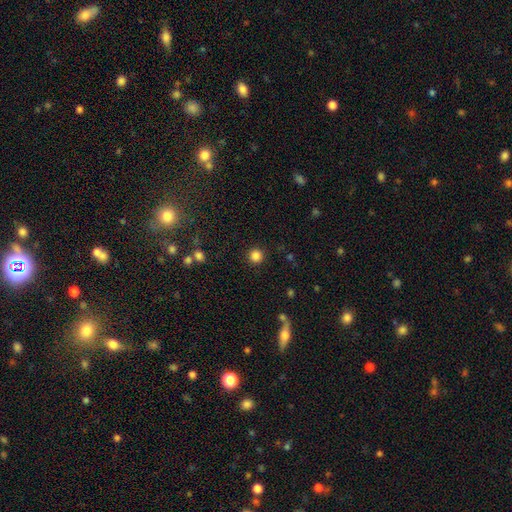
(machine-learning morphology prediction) This is clearly a smooth galaxy (84%). How rounded: clearly round (95%). Merging: clearly none (92%).